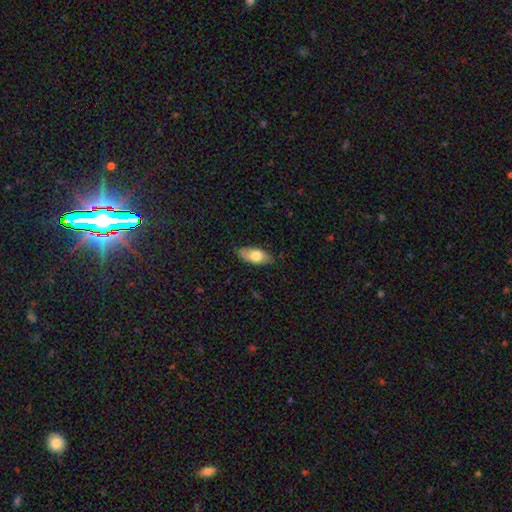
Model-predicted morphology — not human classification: Smooth or featured? smooth (74%)
How rounded? in between (87%)
Merging? none (82%)